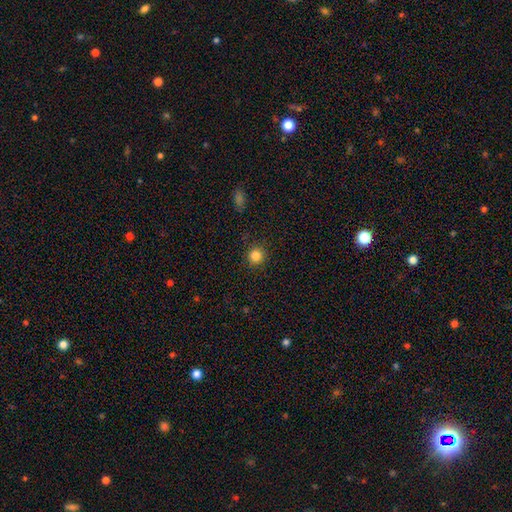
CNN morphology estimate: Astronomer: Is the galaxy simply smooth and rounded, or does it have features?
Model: smooth — 84%.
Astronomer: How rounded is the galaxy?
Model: round — 93%.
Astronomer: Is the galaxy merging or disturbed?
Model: none — 91%.